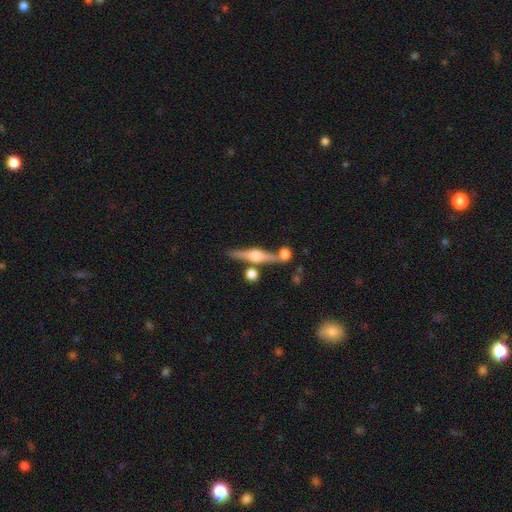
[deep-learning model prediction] Morphology: type=featured or disk (79%); edge-on=yes (97%); edge-on bulge=rounded (92%); merging=none (77%).